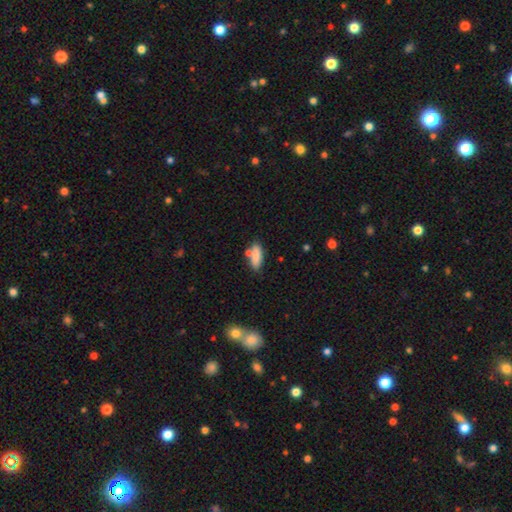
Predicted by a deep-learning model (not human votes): Overall: smooth (83%). How rounded: in between (60%; cigar-shaped 37%). Merging: none (67%).